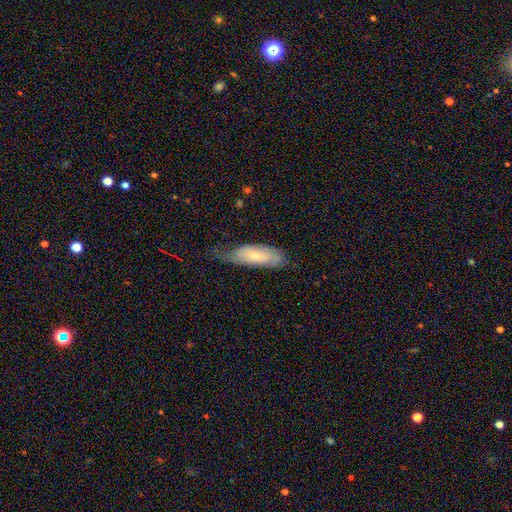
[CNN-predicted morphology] Smooth or featured? Predicted: smooth (p=0.57). How rounded? Predicted: in between (p=0.67). Merging? Predicted: none (p=0.43).